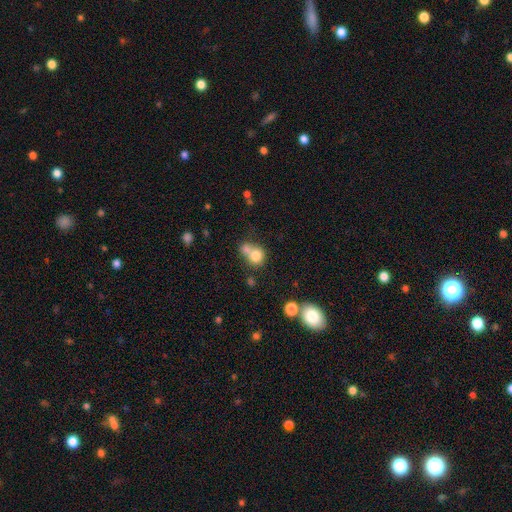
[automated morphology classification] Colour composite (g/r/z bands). It shows a smooth galaxy with no disk features (76%) that is round (71%). Merging: merger (50%).